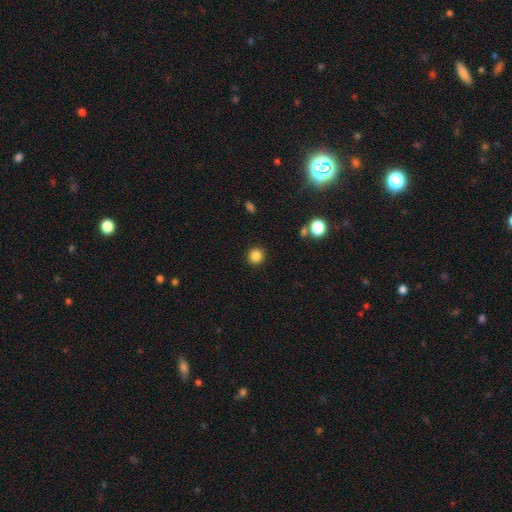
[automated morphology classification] Overall: smooth (85%). How rounded: round (95%). Merging: none (91%).